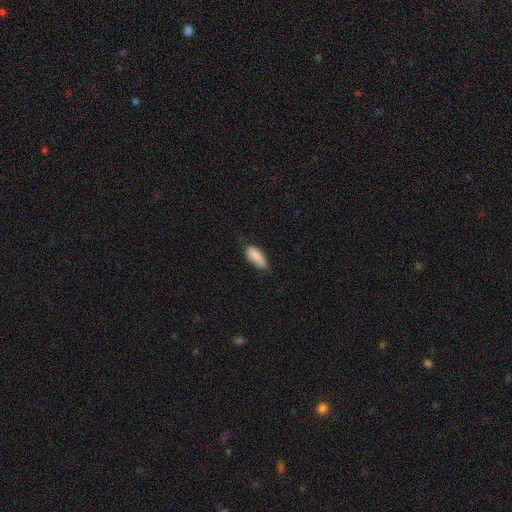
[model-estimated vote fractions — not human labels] A smooth galaxy with no disk features (87%) that is in between round and cigar-shaped (76%).

Vote fractions:
- Smooth or featured? smooth: 87% / featured or disk: 7% / star or artifact: 7%
- How rounded? in between: 76% / cigar-shaped: 22% / round: 2%
- Merging? none: 60% / minor disturbance: 32% / major disturbance: 6% / merger: 2%